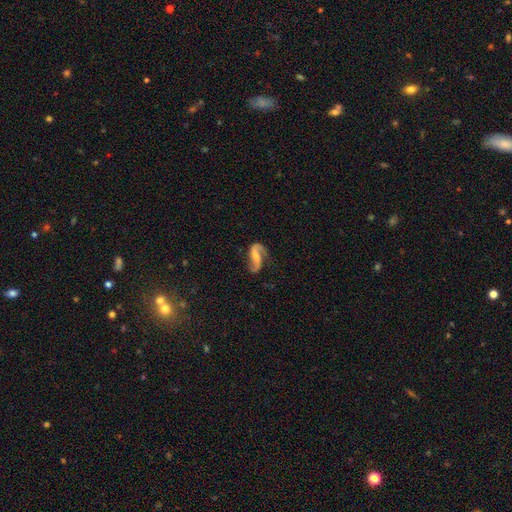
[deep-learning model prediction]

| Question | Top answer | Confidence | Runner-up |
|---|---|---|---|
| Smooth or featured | featured or disk | 86% | smooth (8%) |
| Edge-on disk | no | 96% | yes (4%) |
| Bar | weak | 40% | no (31%) |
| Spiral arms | yes | 96% | no (4%) |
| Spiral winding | loose | 62% | medium (30%) |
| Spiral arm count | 2 | 91% | 1 (4%) |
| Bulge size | moderate | 46% | small (40%) |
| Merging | none | 72% | minor disturbance (17%) |